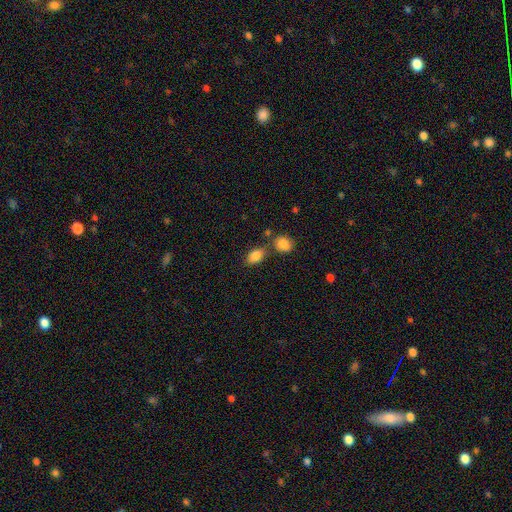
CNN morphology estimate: smooth 84%, star or artifact 9%, featured or disk 7%. Down the decision tree: how rounded — in between (84%); merging — none (60%).